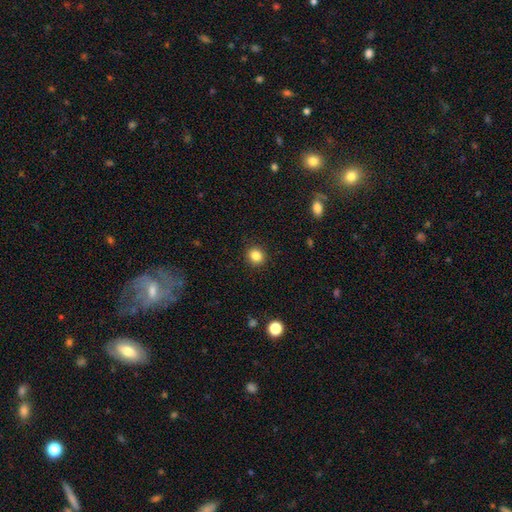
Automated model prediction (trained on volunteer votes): Smooth or featured? Predicted: smooth (p=0.84). How rounded? Predicted: round (p=0.80). Merging? Predicted: none (p=0.91).